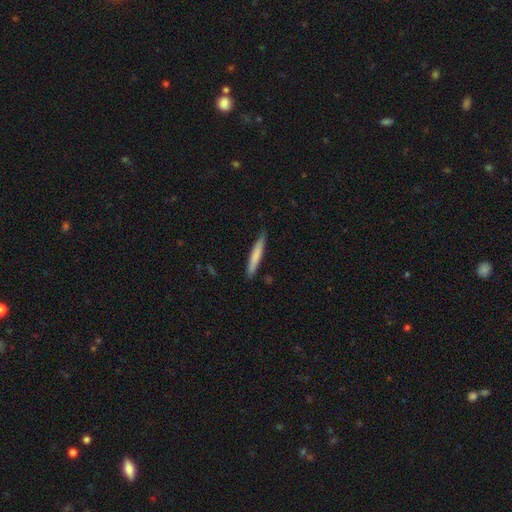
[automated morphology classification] Smooth or featured? smooth (72%)
How rounded? cigar-shaped (95%)
Merging? none (85%)